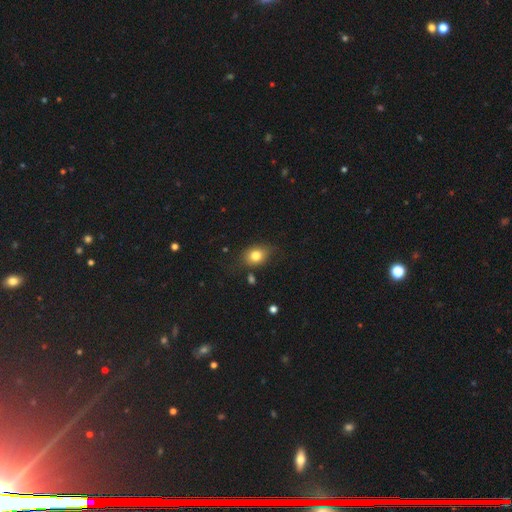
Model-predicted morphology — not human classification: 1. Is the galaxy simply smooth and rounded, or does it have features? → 79% smooth, 10% featured or disk, 10% star or artifact.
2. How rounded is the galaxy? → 61% in between, 38% round, 1% cigar-shaped.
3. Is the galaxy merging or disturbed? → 70% none, 21% minor disturbance, 6% major disturbance, 3% merger.